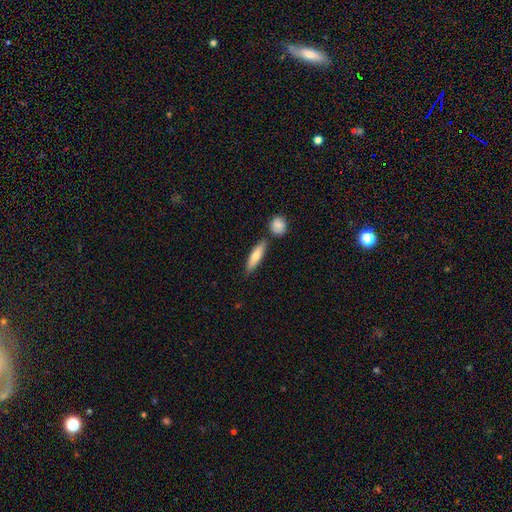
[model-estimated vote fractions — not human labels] A smooth galaxy with no disk features (72%) that is cigar-shaped (67%).

Vote fractions:
- Smooth or featured? smooth: 72% / featured or disk: 23% / star or artifact: 6%
- How rounded? cigar-shaped: 67% / in between: 31% / round: 2%
- Merging? none: 78% / minor disturbance: 11% / merger: 9% / major disturbance: 2%